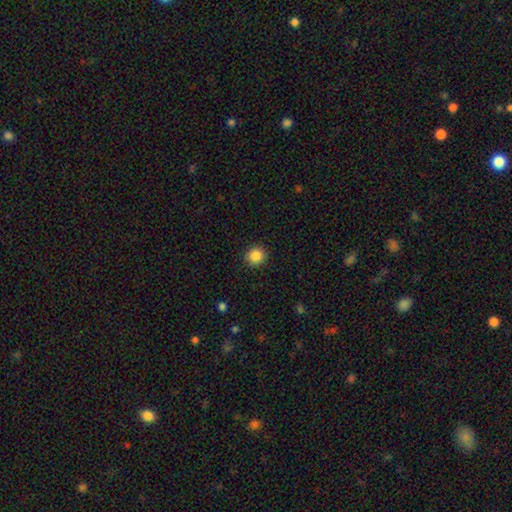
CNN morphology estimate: Overall: smooth (87%). How rounded: round (88%). Merging: none (90%).